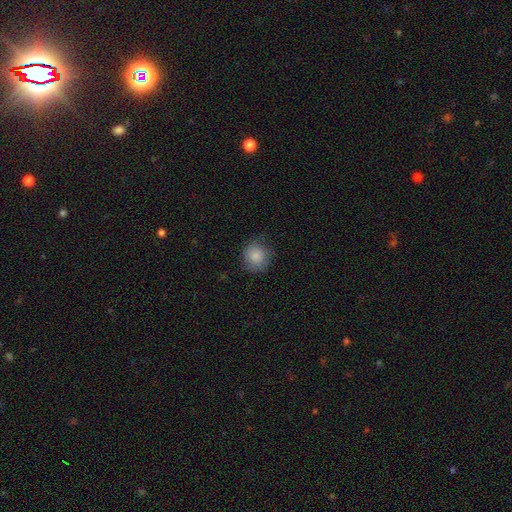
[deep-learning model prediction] This appears to be a smooth galaxy with no disk features (86%) that is round (89%). Merging: none (74%).